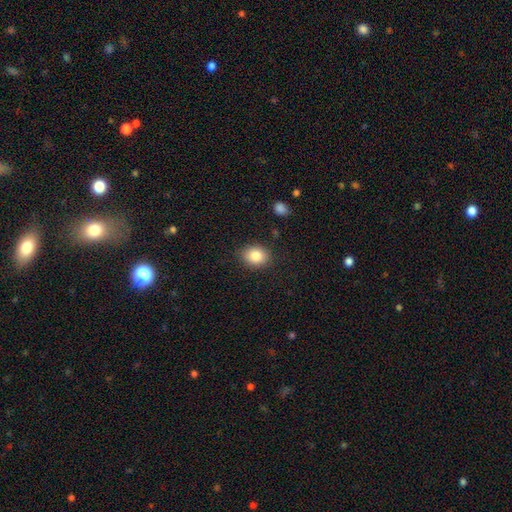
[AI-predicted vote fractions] This is clearly a smooth galaxy (84%). How rounded: possibly in between (51%). Merging: clearly none (86%).